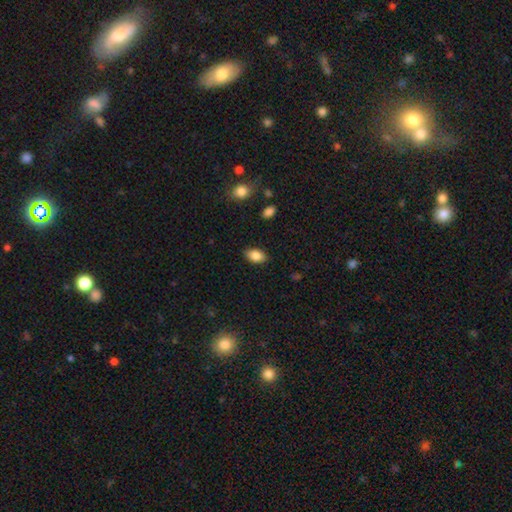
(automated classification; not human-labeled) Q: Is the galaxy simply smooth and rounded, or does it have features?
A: smooth — 86%.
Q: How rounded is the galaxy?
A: in between — 89%.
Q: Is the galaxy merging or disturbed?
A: none — 86%.